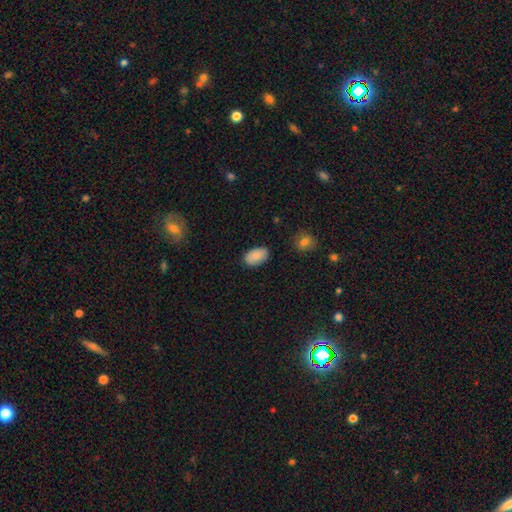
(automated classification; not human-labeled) smooth_or_featured: smooth (p=0.84) [alt: featured or disk p=0.09]
how_rounded: in between (p=0.92) [alt: round p=0.07]
merging: none (p=0.84) [alt: minor disturbance p=0.12]